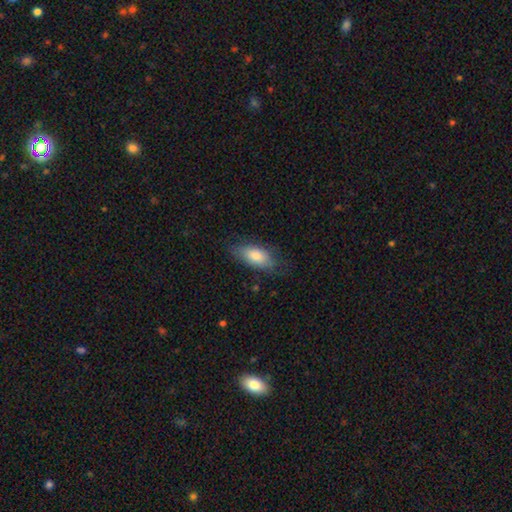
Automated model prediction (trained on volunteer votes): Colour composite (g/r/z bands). It shows a smooth galaxy with no disk features (79%) that is in between round and cigar-shaped (86%). Merging: none (71%).